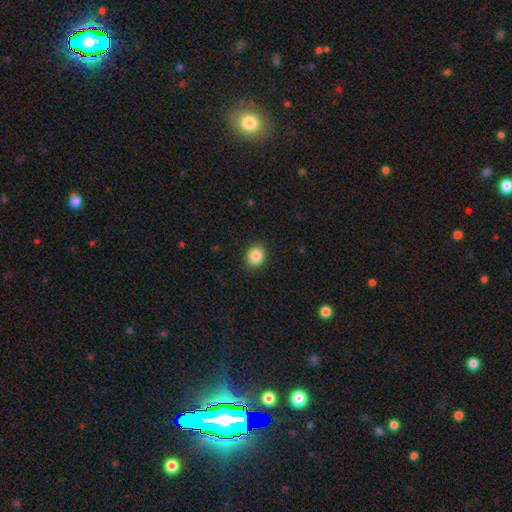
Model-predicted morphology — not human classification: smooth 86%, star or artifact 9%, featured or disk 5%. Down the decision tree: how rounded — round (60%); merging — none (89%).